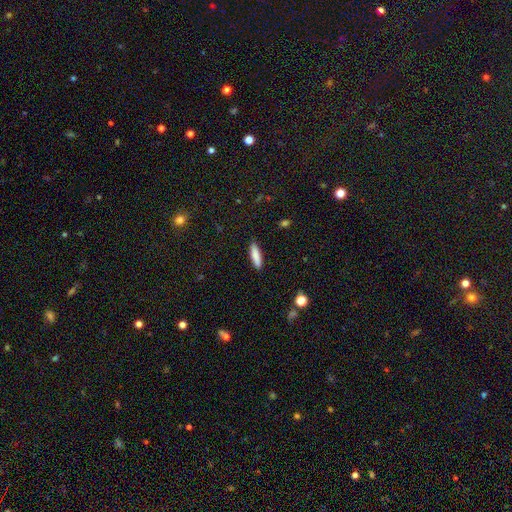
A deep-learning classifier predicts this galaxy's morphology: A smooth galaxy with no disk features (84%) that is cigar-shaped (71%). Merging: none (88%).